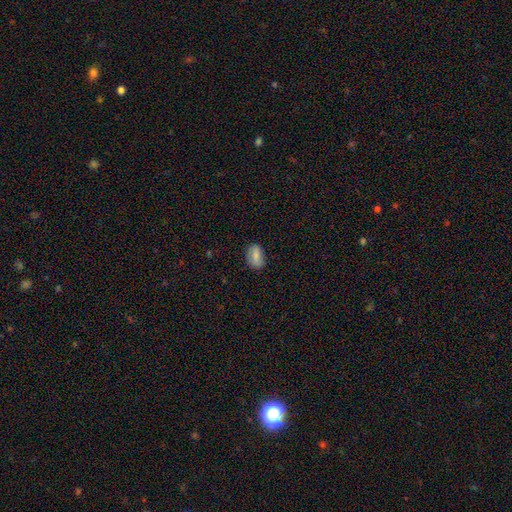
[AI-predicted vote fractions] smooth_or_featured: smooth (p=0.71) [alt: featured or disk p=0.20]
how_rounded: in between (p=0.85) [alt: round p=0.12]
merging: none (p=0.79) [alt: minor disturbance p=0.16]